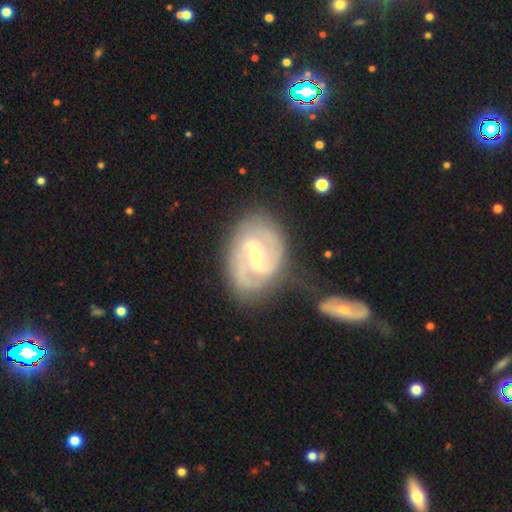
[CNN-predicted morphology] Q: Smooth or featured?
A: featured or disk (88%); runner-up: smooth (7%)
Q: Edge-on disk?
A: no (97%); runner-up: yes (3%)
Q: Bar?
A: weak (50%); runner-up: strong (32%)
Q: Spiral arms?
A: yes (97%); runner-up: no (3%)
Q: Spiral winding?
A: medium (48%); runner-up: tight (39%)
Q: Spiral arm count?
A: 2 (71%); runner-up: 3 (13%)
Q: Bulge size?
A: small (61%); runner-up: moderate (36%)
Q: Merging?
A: none (64%); runner-up: minor disturbance (18%)